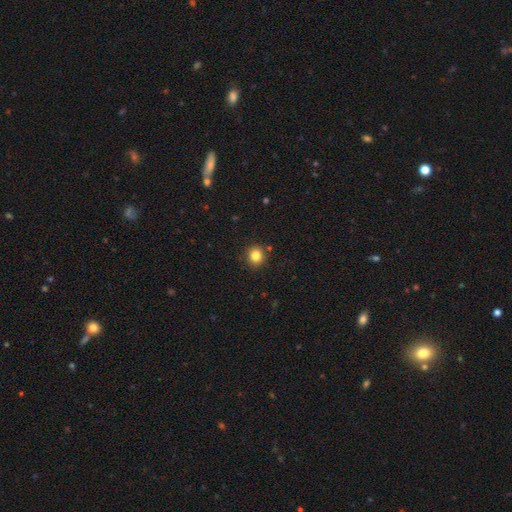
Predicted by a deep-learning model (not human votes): Q: Smooth or featured?
A: smooth (83%); runner-up: star or artifact (12%)
Q: How rounded?
A: round (90%); runner-up: in between (9%)
Q: Merging?
A: none (89%); runner-up: minor disturbance (7%)